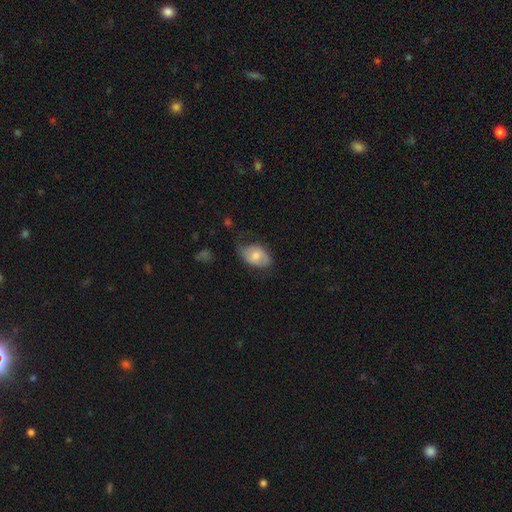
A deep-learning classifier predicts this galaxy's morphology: smooth_or_featured: smooth (p=0.64) [alt: featured or disk p=0.29]
how_rounded: in between (p=0.84) [alt: round p=0.15]
merging: none (p=0.53) [alt: minor disturbance p=0.32]